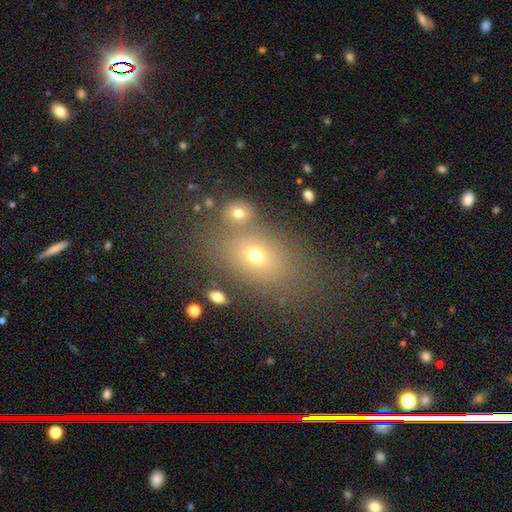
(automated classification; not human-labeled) Overall: smooth (65%). How rounded: in between (75%). Merging: none (63%).